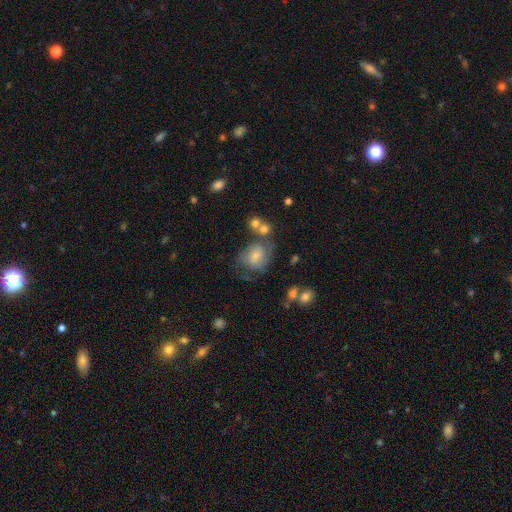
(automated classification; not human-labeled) Smooth or featured?
  - featured or disk: 46% *
  - smooth: 38%
  - star or artifact: 16%
Merging?
  - none: 56% *
  - minor disturbance: 21%
  - major disturbance: 14%
  - merger: 10%